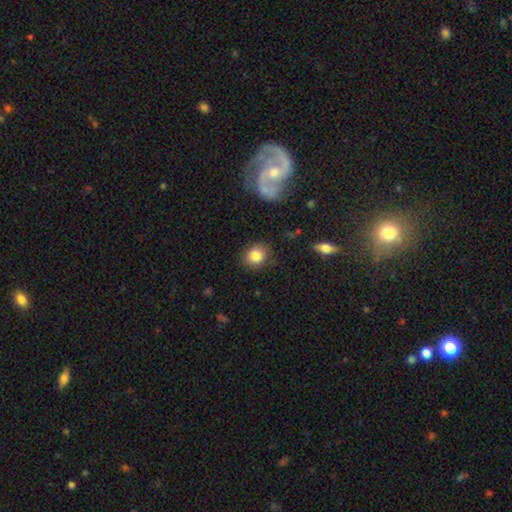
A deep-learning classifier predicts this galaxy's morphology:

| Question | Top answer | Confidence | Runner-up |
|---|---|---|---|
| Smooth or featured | smooth | 84% | star or artifact (9%) |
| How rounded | round | 72% | in between (27%) |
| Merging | none | 84% | minor disturbance (11%) |